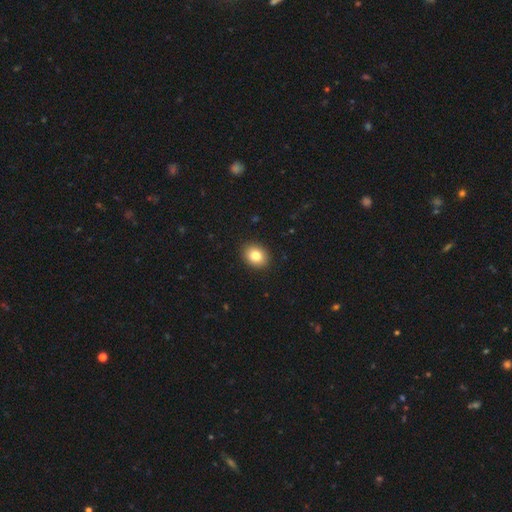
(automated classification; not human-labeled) This appears to be a smooth galaxy with no disk features (83%) that is round (53%). Merging: none (91%).